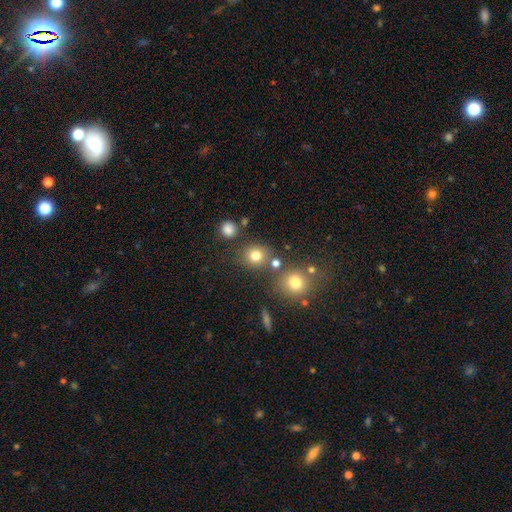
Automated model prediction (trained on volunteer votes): Smooth or featured?
  - smooth: 77% *
  - star or artifact: 16%
  - featured or disk: 7%
How rounded?
  - round: 83% *
  - in between: 16%
  - cigar-shaped: 1%
Merging?
  - none: 76% *
  - merger: 10%
  - minor disturbance: 10%
  - major disturbance: 4%